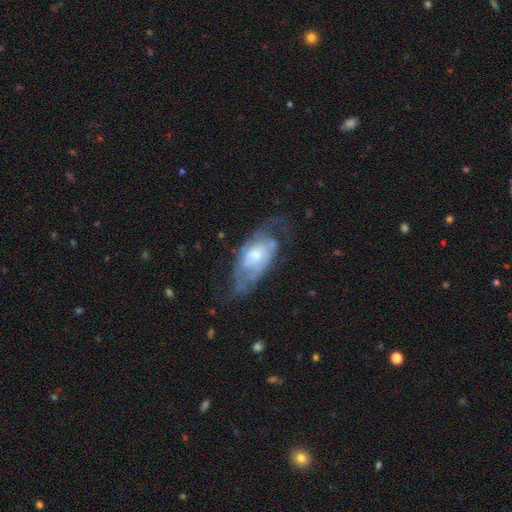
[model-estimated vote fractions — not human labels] The model was most divided on "merging": none: 44%, major disturbance: 27%, minor disturbance: 26%, merger: 2%. Remaining: edge-on disk — no (91%); spiral arms — yes (73%); bar — no (70%); smooth or featured — featured or disk (68%); bulge size — moderate (49%).